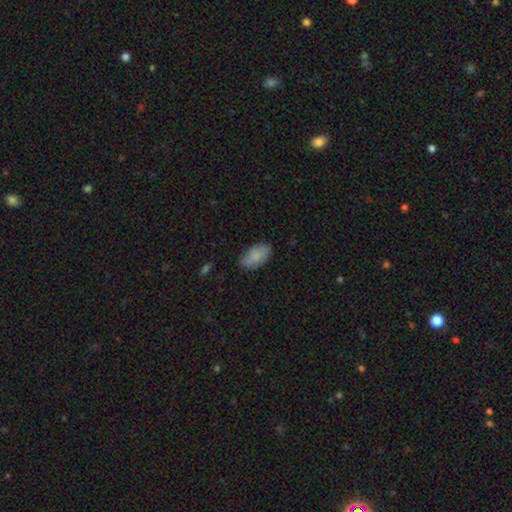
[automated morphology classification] A smooth galaxy with no disk features (85%) that is in between round and cigar-shaped (94%).

Vote fractions:
- Smooth or featured? smooth: 85% / featured or disk: 8% / star or artifact: 7%
- How rounded? in between: 94% / round: 4% / cigar-shaped: 2%
- Merging? none: 77% / minor disturbance: 18% / major disturbance: 3% / merger: 1%